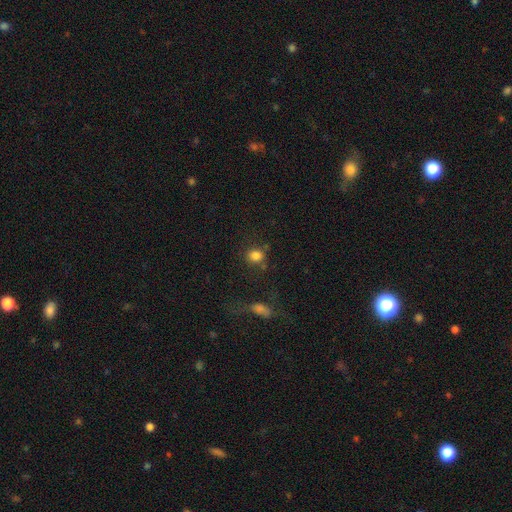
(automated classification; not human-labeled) Smooth or featured: smooth — 82% (star or artifact — 12%)
How rounded: round — 78% (in between — 20%)
Merging: none — 70% (minor disturbance — 12%)